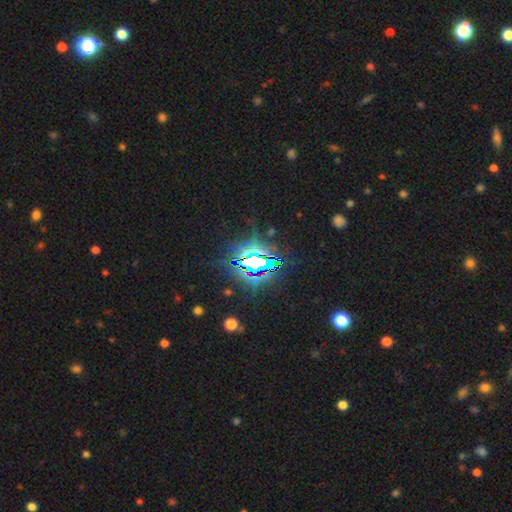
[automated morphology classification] Smooth or featured? star or artifact (83%)